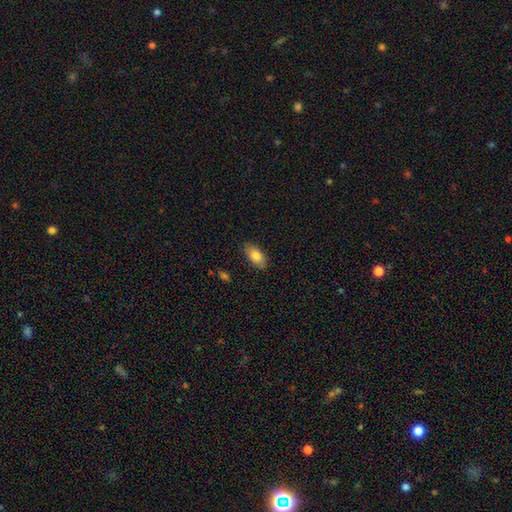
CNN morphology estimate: Smooth or featured?
  - smooth: 83% *
  - featured or disk: 10%
  - star or artifact: 7%
How rounded?
  - in between: 92% *
  - cigar-shaped: 4%
  - round: 4%
Merging?
  - none: 85% *
  - minor disturbance: 12%
  - major disturbance: 2%
  - merger: 1%